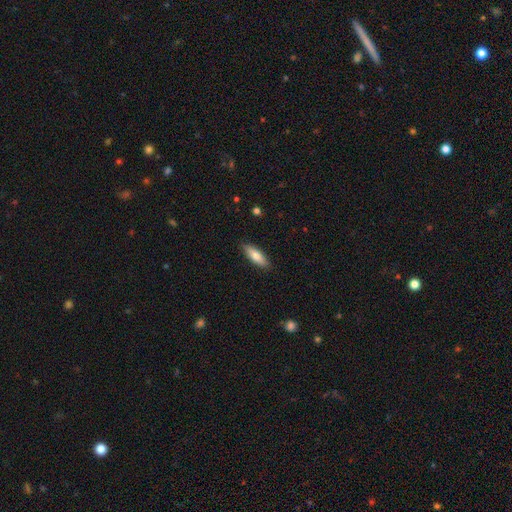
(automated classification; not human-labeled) Overall: smooth (74%). How rounded: in between (53%; cigar-shaped 45%). Merging: none (89%).